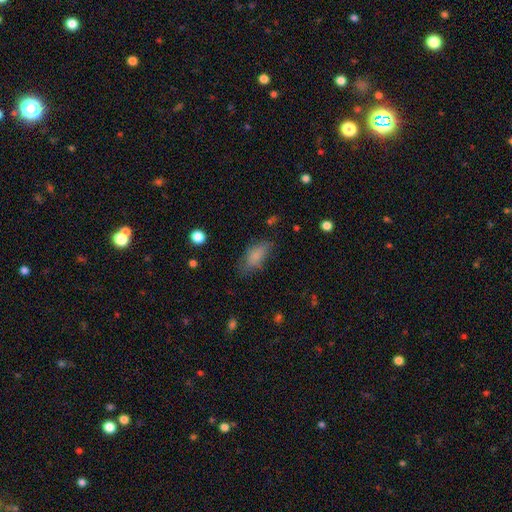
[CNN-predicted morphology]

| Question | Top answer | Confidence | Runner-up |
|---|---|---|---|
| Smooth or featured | smooth | 80% | featured or disk (10%) |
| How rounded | in between | 84% | cigar-shaped (13%) |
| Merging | none | 65% | minor disturbance (23%) |